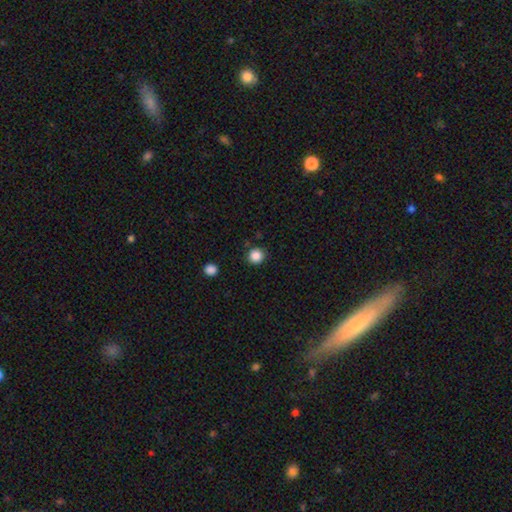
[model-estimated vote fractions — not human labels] smooth_or_featured: smooth (p=0.86) [alt: star or artifact p=0.11]
how_rounded: round (p=0.93) [alt: in between p=0.06]
merging: none (p=0.88) [alt: minor disturbance p=0.07]